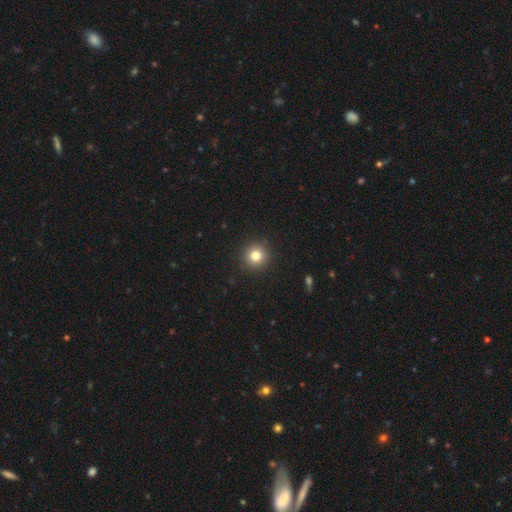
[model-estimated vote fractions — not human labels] Smooth or featured: smooth — 81% (star or artifact — 12%)
How rounded: round — 95% (in between — 4%)
Merging: none — 92% (minor disturbance — 5%)